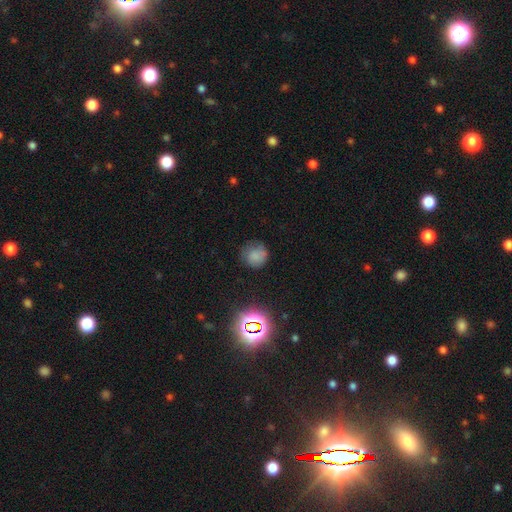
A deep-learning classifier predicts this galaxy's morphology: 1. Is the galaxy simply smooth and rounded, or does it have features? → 73% smooth, 17% star or artifact, 10% featured or disk.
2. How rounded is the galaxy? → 88% round, 11% in between, 1% cigar-shaped.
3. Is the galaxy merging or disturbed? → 68% none, 22% minor disturbance, 7% major disturbance, 2% merger.